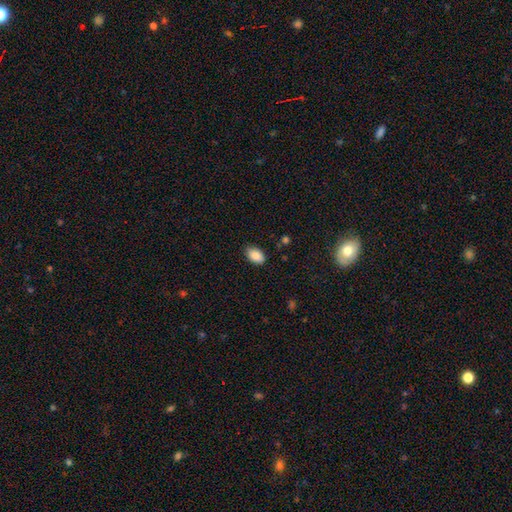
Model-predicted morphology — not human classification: Q: Smooth or featured?
A: smooth (89%); runner-up: star or artifact (7%)
Q: How rounded?
A: in between (89%); runner-up: round (10%)
Q: Merging?
A: none (83%); runner-up: minor disturbance (13%)